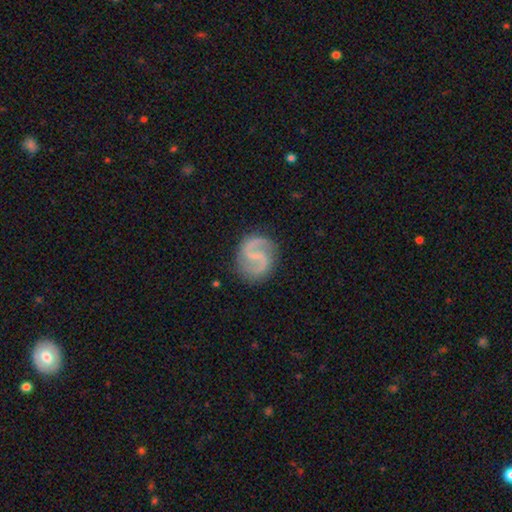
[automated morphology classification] Overall: featured or disk (90%). Edge-on disk: no (98%). Bar: weak (49%; no 29%). Spiral arms: yes (98%). Spiral arm count: 2 (94%). Spiral winding: medium (57%; loose 26%). Bulge size: small (48%; none 42%). Merging: none (85%).